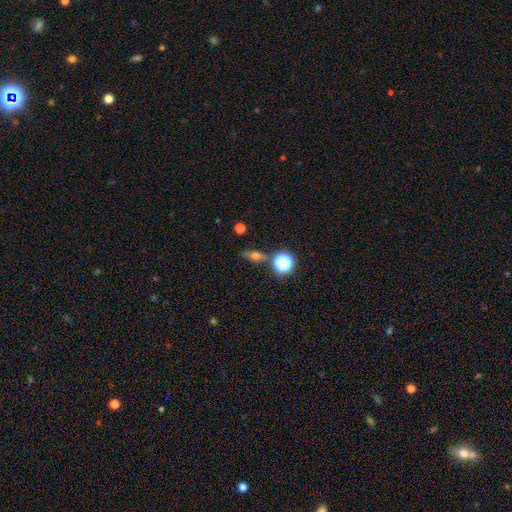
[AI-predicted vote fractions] Smooth or featured? Predicted: smooth (p=0.54). How rounded? Predicted: in between (p=0.45). Merging? Predicted: none (p=0.79).